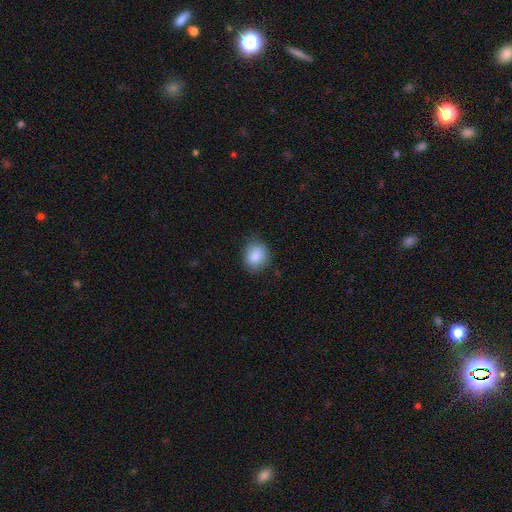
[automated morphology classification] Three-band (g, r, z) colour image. It shows a smooth galaxy with no disk features (86%) that is round (54%). Merging: none (76%).